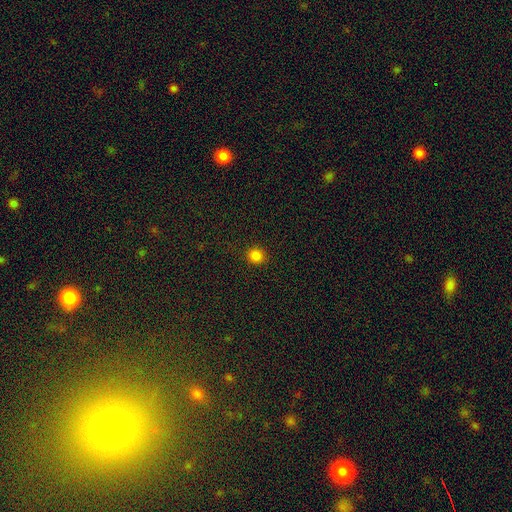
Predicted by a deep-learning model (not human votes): This appears to be a smooth galaxy with no disk features (83%) that is round (90%). Merging: none (92%).